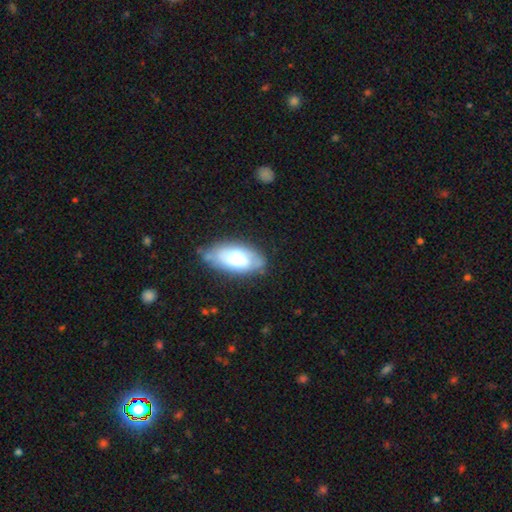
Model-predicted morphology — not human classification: Overall: smooth (59%; featured or disk 32%). How rounded: in between (89%). Merging: none (71%).